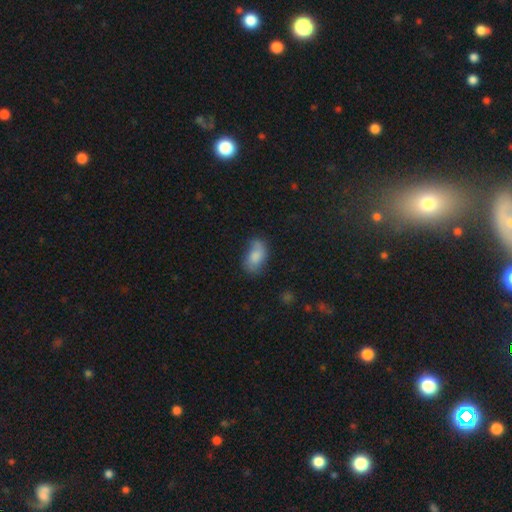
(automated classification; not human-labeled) The model was most divided on "merging": none: 52%, minor disturbance: 31%, major disturbance: 13%, merger: 4%. More confident: how rounded — in between (91%); smooth or featured — smooth (78%).